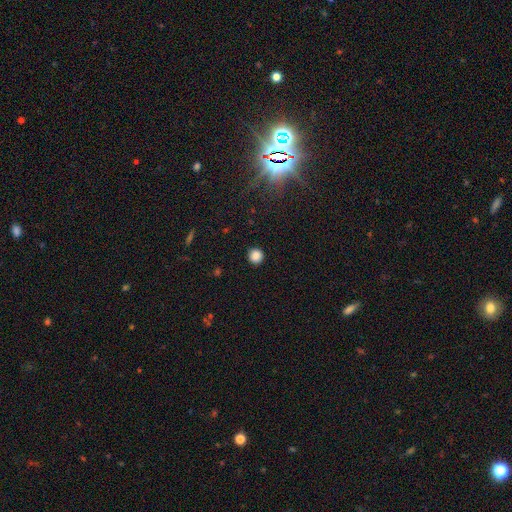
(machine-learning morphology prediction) smooth 86%, star or artifact 10%, featured or disk 3%. Down the decision tree: how rounded — round (94%); merging — none (92%).